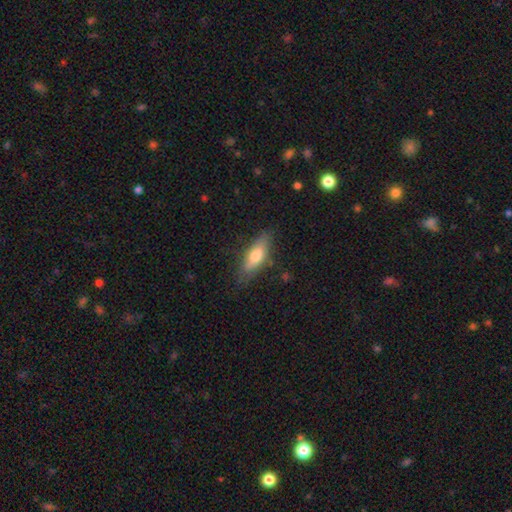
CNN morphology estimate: Smooth or featured?
  - smooth: 65% *
  - featured or disk: 29%
  - star or artifact: 6%
How rounded?
  - in between: 55% *
  - cigar-shaped: 42%
  - round: 3%
Merging?
  - none: 76% *
  - minor disturbance: 18%
  - major disturbance: 4%
  - merger: 2%